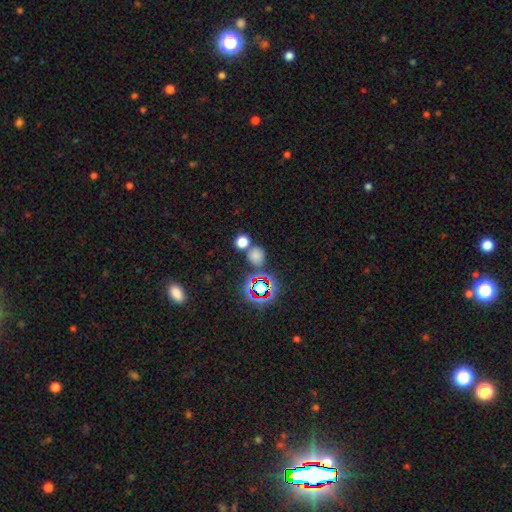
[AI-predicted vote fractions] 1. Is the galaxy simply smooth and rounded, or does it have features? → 67% smooth, 27% star or artifact, 6% featured or disk.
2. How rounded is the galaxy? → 85% round, 14% in between, 1% cigar-shaped.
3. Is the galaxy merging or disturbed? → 66% none, 21% merger, 9% minor disturbance, 4% major disturbance.